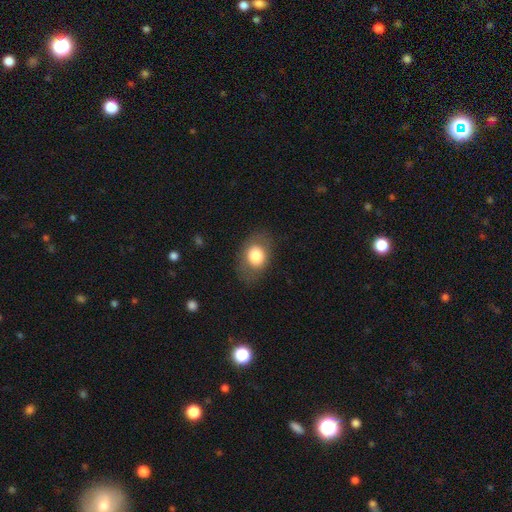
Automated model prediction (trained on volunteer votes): Smooth or featured: smooth — 76% (featured or disk — 16%)
How rounded: in between — 68% (round — 31%)
Merging: none — 78% (minor disturbance — 14%)